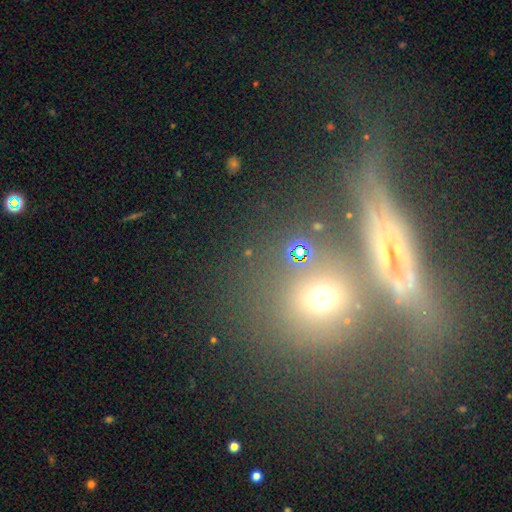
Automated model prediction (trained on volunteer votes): Overall: smooth (47%; featured or disk 30%). Merging: none (46%; merger 28%).